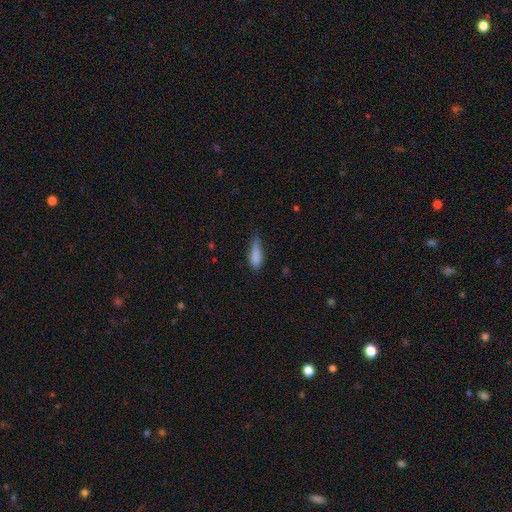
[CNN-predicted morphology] smooth 83%, featured or disk 9%, star or artifact 8%. Down the decision tree: how rounded — in between (51%); merging — none (49%).